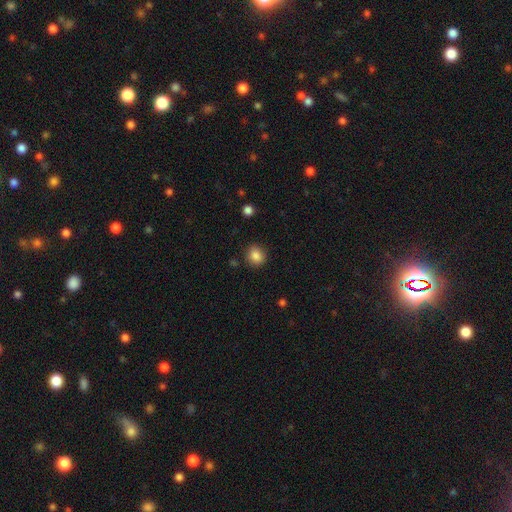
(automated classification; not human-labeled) Smooth or featured? smooth (86%)
How rounded? round (71%)
Merging? none (86%)